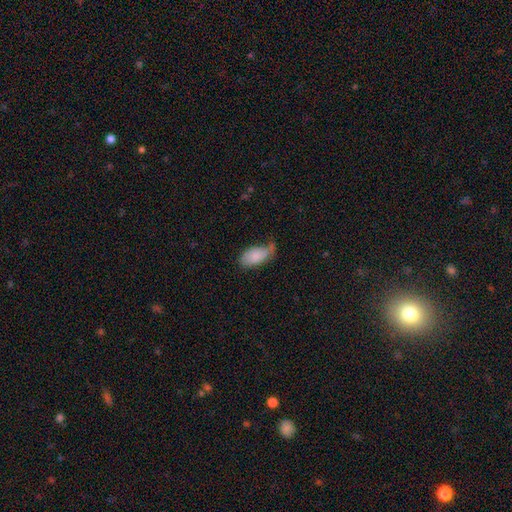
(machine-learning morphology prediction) Q: Smooth or featured?
A: smooth (82%); runner-up: featured or disk (12%)
Q: How rounded?
A: in between (94%); runner-up: cigar-shaped (3%)
Q: Merging?
A: minor disturbance (39%); runner-up: none (36%)